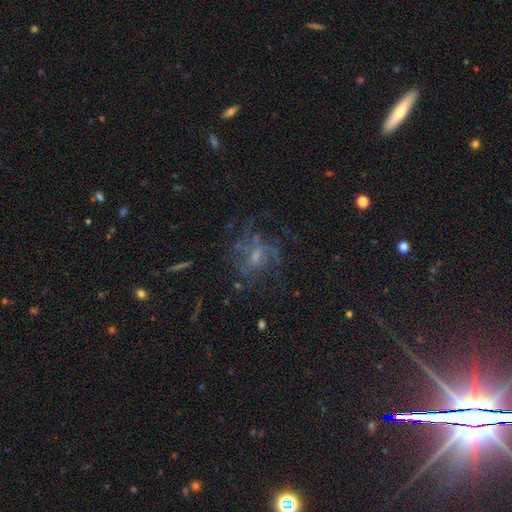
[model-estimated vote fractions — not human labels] Smooth or featured?
  - featured or disk: 65% *
  - star or artifact: 18%
  - smooth: 17%
Edge-on disk?
  - no: 97% *
  - yes: 3%
Bar?
  - no: 59% *
  - weak: 35%
  - strong: 6%
Spiral arms?
  - yes: 65% *
  - no: 35%
Bulge size?
  - small: 50% *
  - moderate: 32%
  - none: 15%
  - large: 3%
  - dominant: 1%
Merging?
  - none: 54% *
  - major disturbance: 26%
  - minor disturbance: 17%
  - merger: 3%